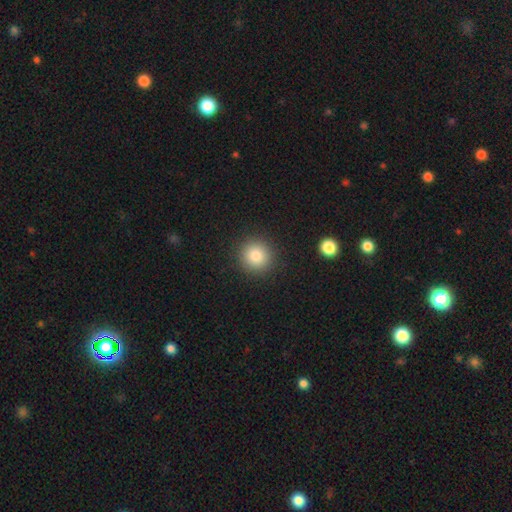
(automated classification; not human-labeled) The model was most divided on "smooth or featured": smooth: 82%, star or artifact: 11%, featured or disk: 7%. More confident: how rounded — round (94%); merging — none (91%).